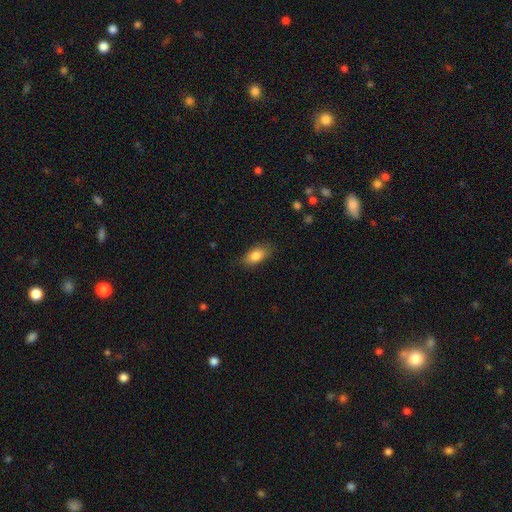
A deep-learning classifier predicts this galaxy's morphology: A smooth galaxy with no disk features (83%) that is in between round and cigar-shaped (88%).

Vote fractions:
- Smooth or featured? smooth: 83% / featured or disk: 9% / star or artifact: 8%
- How rounded? in between: 88% / cigar-shaped: 6% / round: 6%
- Merging? none: 82% / minor disturbance: 13% / major disturbance: 3% / merger: 1%